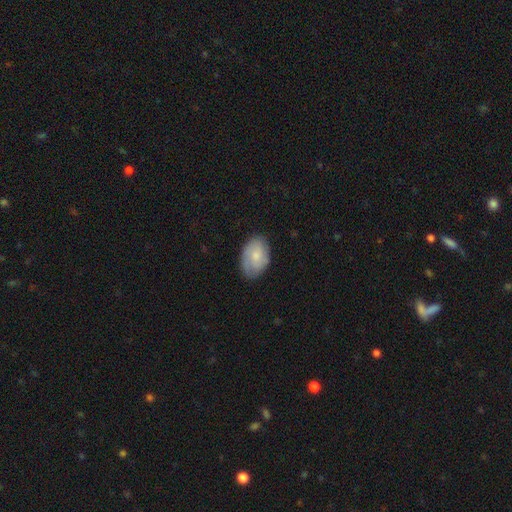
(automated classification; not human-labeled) Overall: smooth (60%; featured or disk 34%). How rounded: in between (86%). Merging: none (75%).